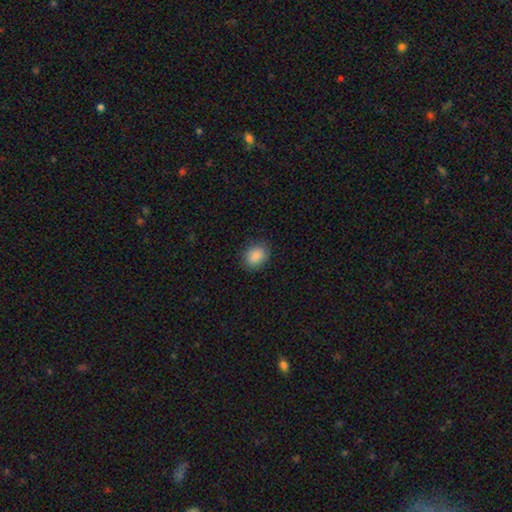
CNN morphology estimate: This is clearly a smooth galaxy (89%). How rounded: possibly in between (54%). Merging: clearly none (85%).